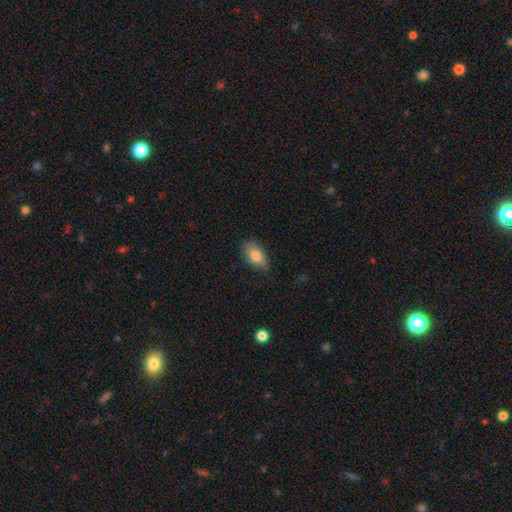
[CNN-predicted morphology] A smooth galaxy with no disk features (81%) that is in between round and cigar-shaped (92%).

Vote fractions:
- Smooth or featured? smooth: 81% / featured or disk: 12% / star or artifact: 7%
- How rounded? in between: 92% / round: 6% / cigar-shaped: 3%
- Merging? none: 79% / minor disturbance: 17% / major disturbance: 3% / merger: 1%